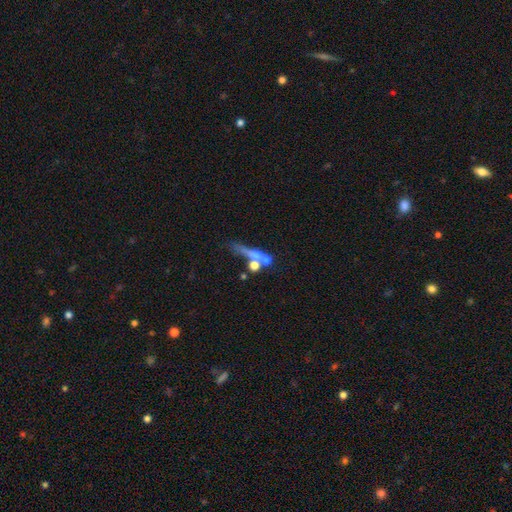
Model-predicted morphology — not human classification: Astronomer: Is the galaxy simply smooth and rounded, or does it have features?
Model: smooth — 43% (runner-up: featured or disk, 42%).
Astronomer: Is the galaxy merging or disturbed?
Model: merger — 44% (runner-up: none, 33%).